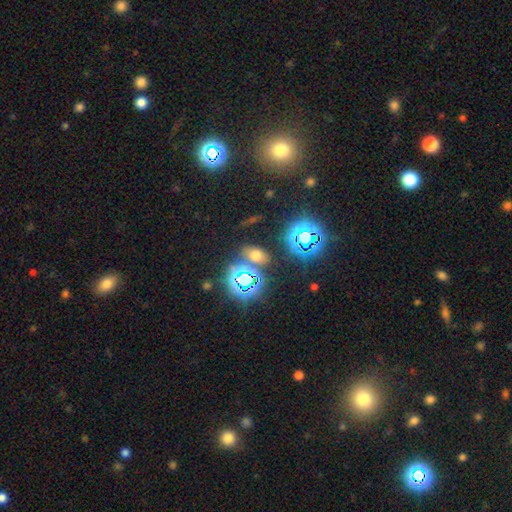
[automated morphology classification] Overall: smooth (46%; star or artifact 45%). Merging: none (76%).